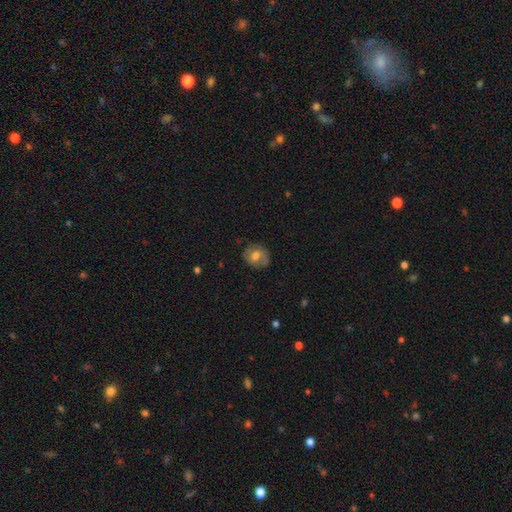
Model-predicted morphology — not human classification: Smooth or featured: smooth — 63% (featured or disk — 29%)
How rounded: round — 72% (in between — 27%)
Merging: none — 74% (minor disturbance — 19%)